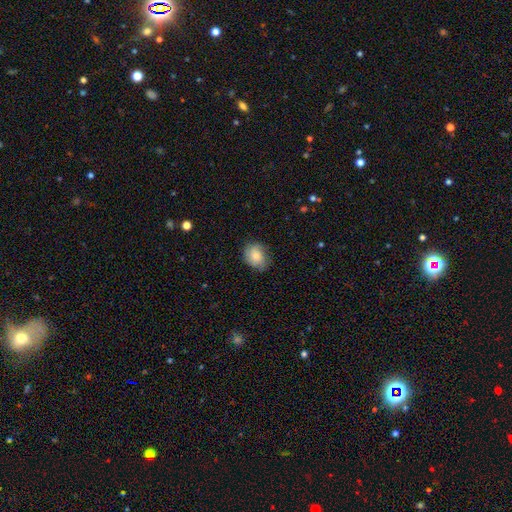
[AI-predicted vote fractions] Overall: smooth (71%). How rounded: round (53%; in between 46%). Merging: none (72%).